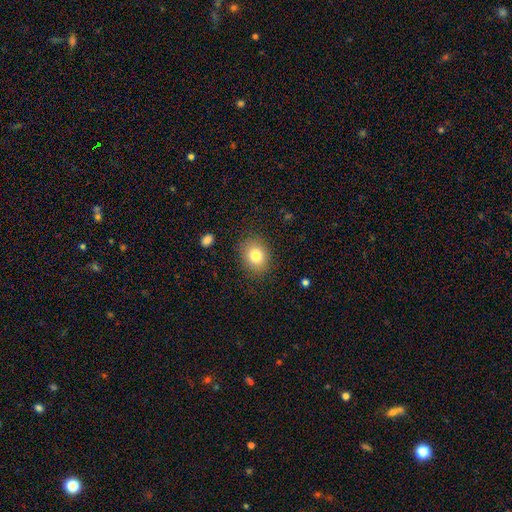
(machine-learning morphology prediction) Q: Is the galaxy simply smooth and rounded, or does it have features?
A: smooth — 81%.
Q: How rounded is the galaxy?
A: round — 57%.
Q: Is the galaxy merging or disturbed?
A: none — 85%.